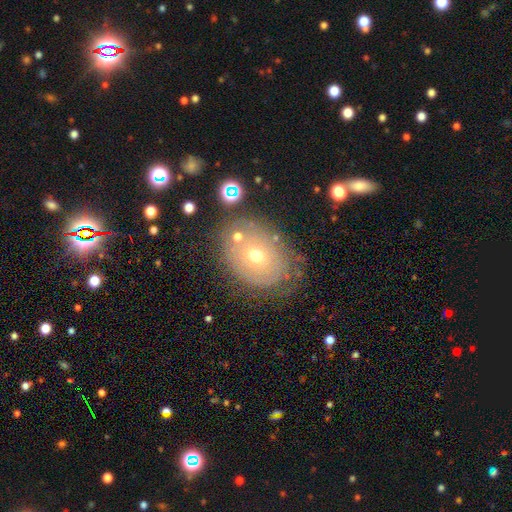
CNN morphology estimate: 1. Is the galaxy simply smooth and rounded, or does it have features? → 48% featured or disk, 40% smooth, 12% star or artifact.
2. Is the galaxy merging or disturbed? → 65% none, 20% minor disturbance, 10% major disturbance, 5% merger.